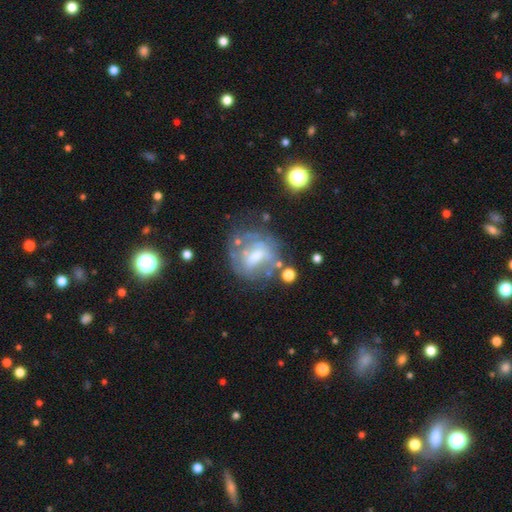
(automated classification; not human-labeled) Smooth or featured? Predicted: featured or disk (p=0.65). Edge-on disk? Predicted: no (p=0.96). Bar? Predicted: weak (p=0.49). Spiral arms? Predicted: yes (p=0.53). Bulge size? Predicted: moderate (p=0.51). Merging? Predicted: none (p=0.59).